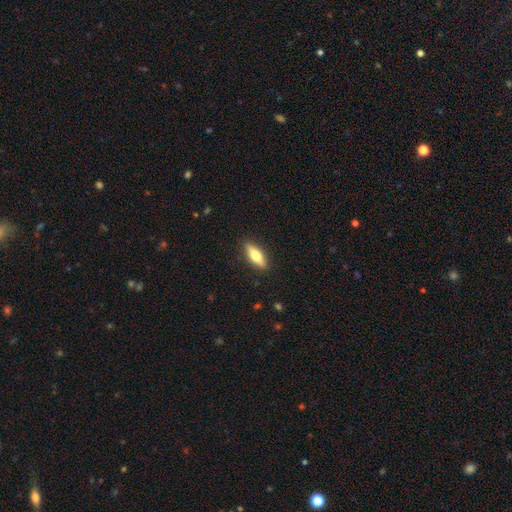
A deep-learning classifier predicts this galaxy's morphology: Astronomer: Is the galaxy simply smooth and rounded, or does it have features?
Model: smooth — 61%.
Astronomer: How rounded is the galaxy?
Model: in between — 52% (runner-up: cigar-shaped, 45%).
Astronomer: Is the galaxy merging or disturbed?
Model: none — 89%.